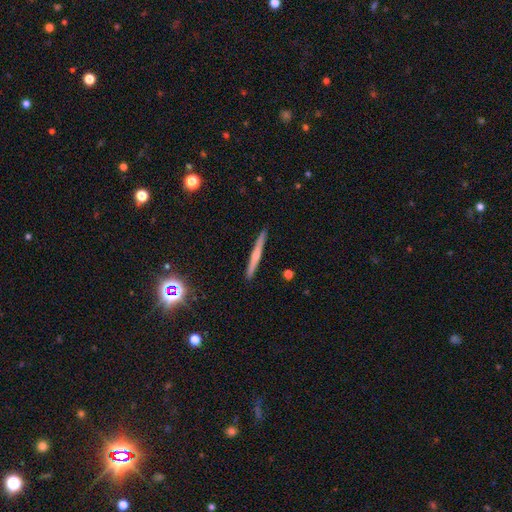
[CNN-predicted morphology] A featured or disk galaxy (49%). Merging: none (92%).